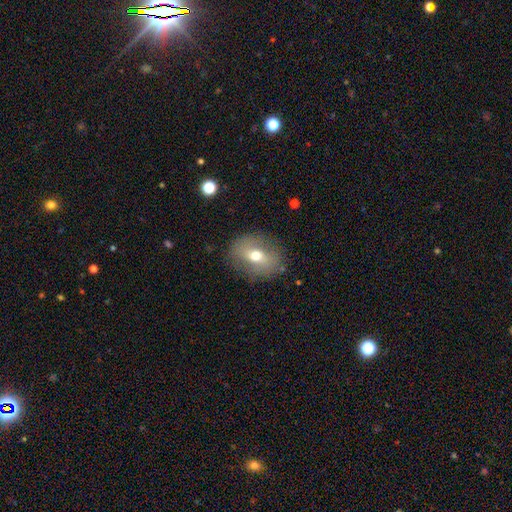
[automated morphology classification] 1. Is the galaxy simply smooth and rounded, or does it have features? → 55% smooth, 35% featured or disk, 10% star or artifact.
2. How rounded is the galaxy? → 55% in between, 43% round, 2% cigar-shaped.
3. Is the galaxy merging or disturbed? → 81% none, 12% minor disturbance, 5% major disturbance, 1% merger.